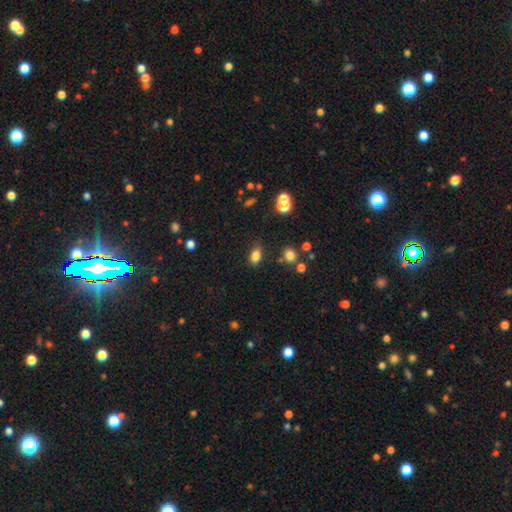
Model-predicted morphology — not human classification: smooth_or_featured: smooth (p=0.82) [alt: star or artifact p=0.12]
how_rounded: in between (p=0.83) [alt: round p=0.15]
merging: none (p=0.79) [alt: minor disturbance p=0.13]